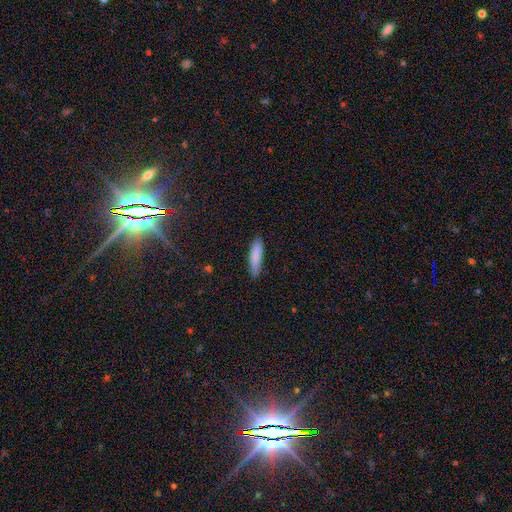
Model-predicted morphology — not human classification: Overall: smooth (84%). How rounded: cigar-shaped (78%). Merging: none (86%).